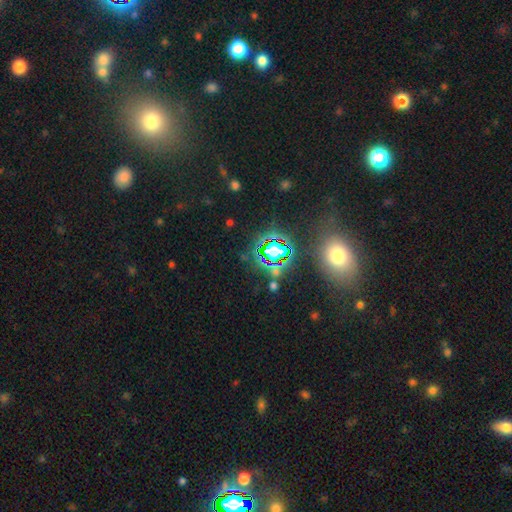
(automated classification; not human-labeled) smooth_or_featured: star or artifact (p=0.62) [alt: smooth p=0.27]